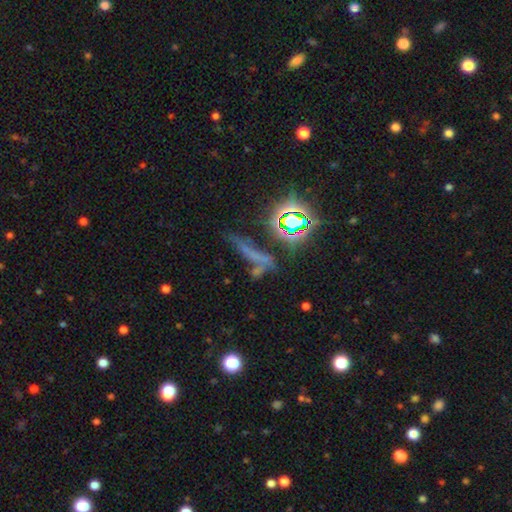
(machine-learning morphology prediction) This is marginally a star or artifact rather than a galaxy (42%).